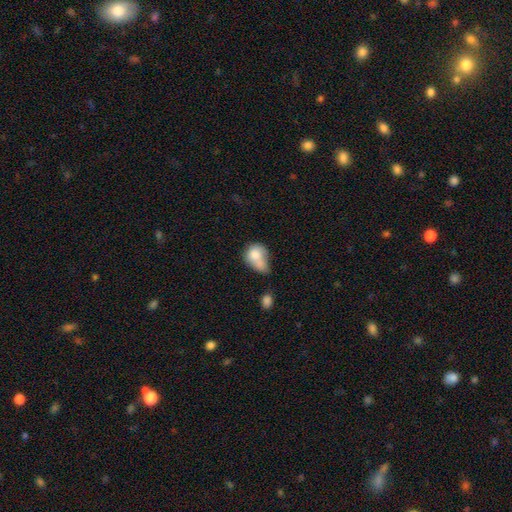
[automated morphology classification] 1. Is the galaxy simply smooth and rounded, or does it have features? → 75% smooth, 17% featured or disk, 8% star or artifact.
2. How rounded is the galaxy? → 55% in between, 43% round, 1% cigar-shaped.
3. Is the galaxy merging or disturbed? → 46% merger, 21% minor disturbance, 18% none, 15% major disturbance.